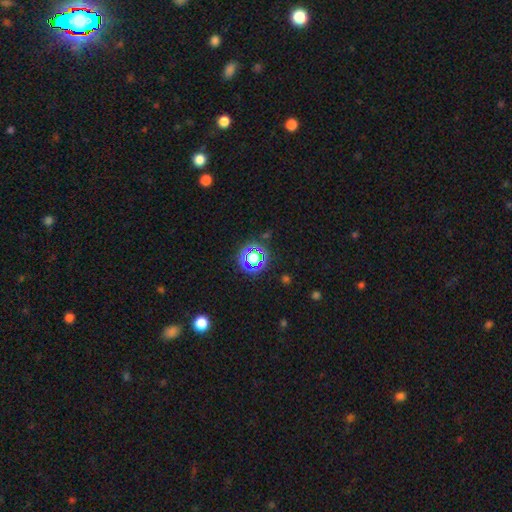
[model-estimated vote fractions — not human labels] Smooth or featured? Predicted: star or artifact (p=0.62).